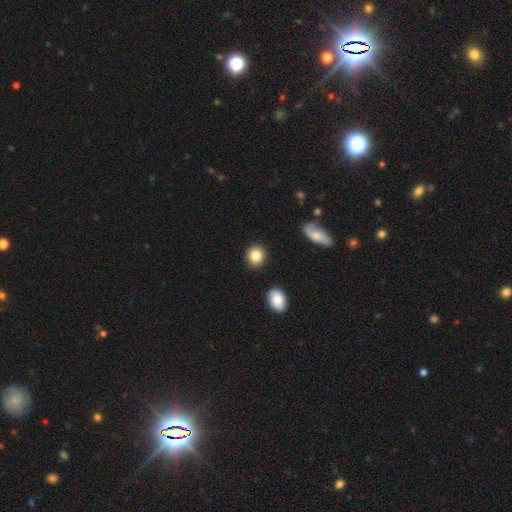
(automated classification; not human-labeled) A smooth galaxy with no disk features (85%) that is round (80%).

Vote fractions:
- Smooth or featured? smooth: 85% / star or artifact: 8% / featured or disk: 7%
- How rounded? round: 80% / in between: 19% / cigar-shaped: 1%
- Merging? none: 88% / minor disturbance: 7% / merger: 2% / major disturbance: 2%